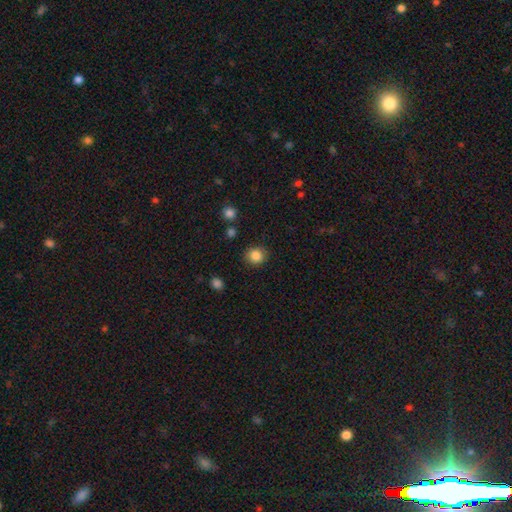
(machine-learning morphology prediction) Smooth or featured: smooth — 85% (star or artifact — 10%)
How rounded: round — 85% (in between — 14%)
Merging: none — 88% (minor disturbance — 8%)